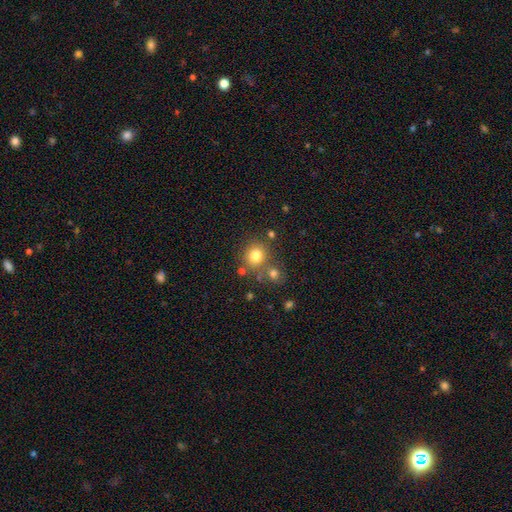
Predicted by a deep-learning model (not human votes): Smooth or featured: smooth — 78% (star or artifact — 14%)
How rounded: round — 85% (in between — 14%)
Merging: none — 71% (merger — 16%)